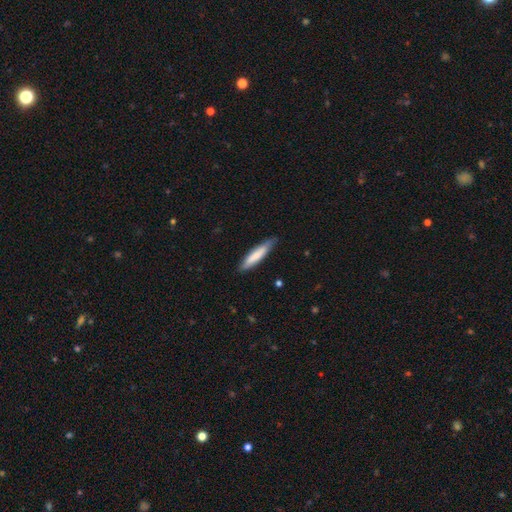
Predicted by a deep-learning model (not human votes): smooth_or_featured: smooth (p=0.75) [alt: featured or disk p=0.20]
how_rounded: cigar-shaped (p=0.85) [alt: in between p=0.14]
merging: none (p=0.80) [alt: minor disturbance p=0.17]